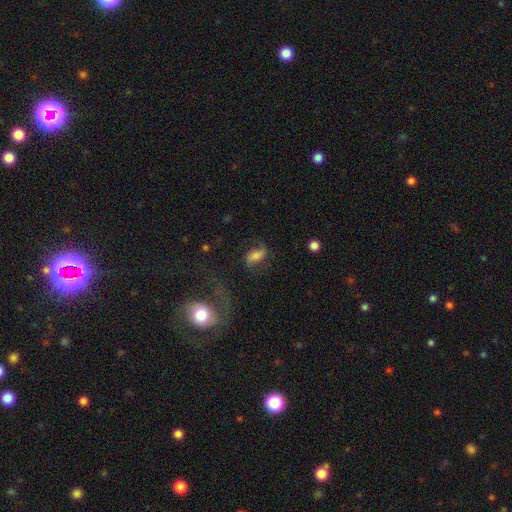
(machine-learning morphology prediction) This appears to be a smooth galaxy with no disk features (46%). Merging: none (57%).